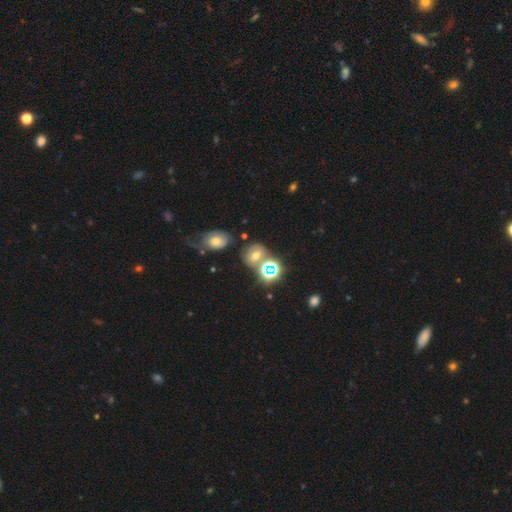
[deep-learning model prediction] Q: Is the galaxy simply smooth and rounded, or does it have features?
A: smooth — 44%.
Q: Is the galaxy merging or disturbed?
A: none — 56%.